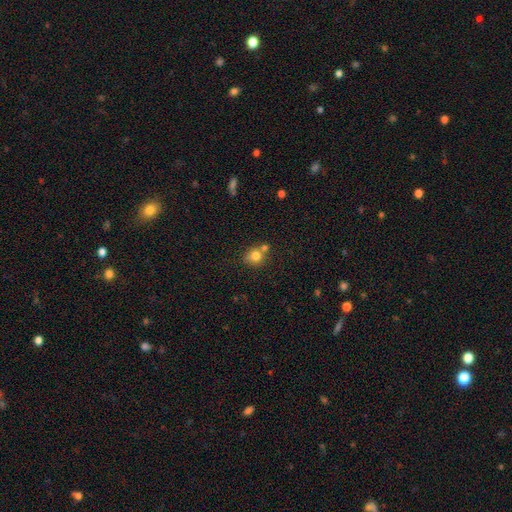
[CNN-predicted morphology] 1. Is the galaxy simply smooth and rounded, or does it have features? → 77% smooth, 12% star or artifact, 11% featured or disk.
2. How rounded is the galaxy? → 77% round, 21% in between, 1% cigar-shaped.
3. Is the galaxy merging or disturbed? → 53% none, 30% merger, 13% minor disturbance, 4% major disturbance.